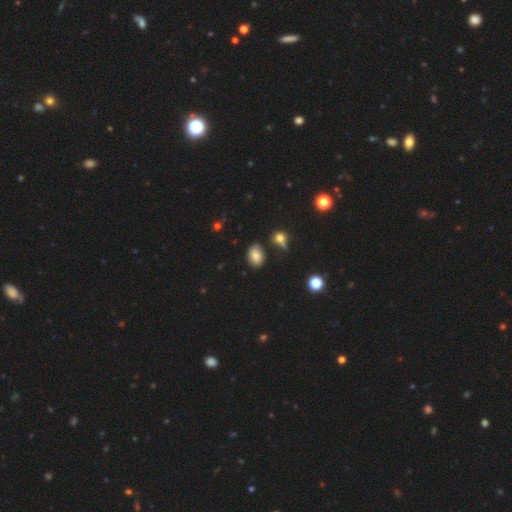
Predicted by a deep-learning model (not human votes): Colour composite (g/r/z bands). It shows a smooth galaxy with no disk features (78%) that is in between round and cigar-shaped (76%). Merging: none (75%).